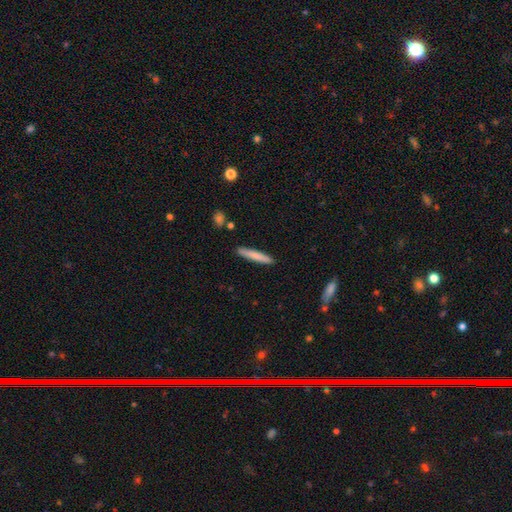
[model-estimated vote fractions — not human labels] A smooth galaxy with no disk features (77%) that is cigar-shaped (94%). Merging: none (90%).